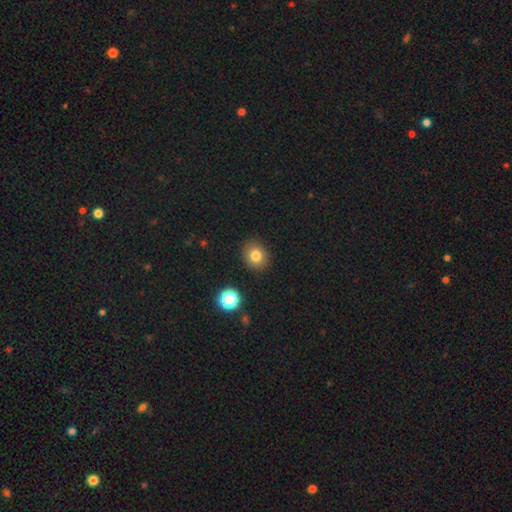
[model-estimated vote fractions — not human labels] Smooth or featured? smooth (80%)
How rounded? round (68%)
Merging? none (88%)